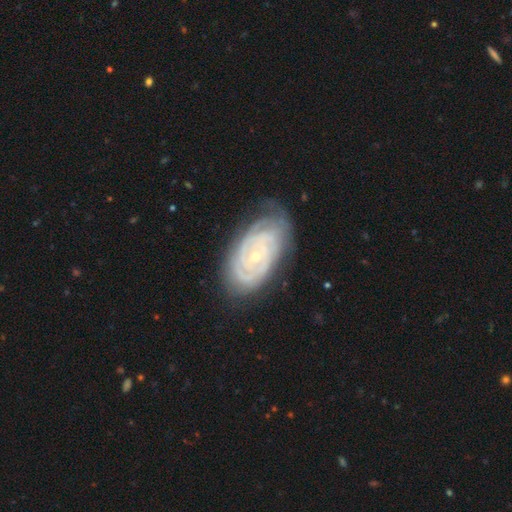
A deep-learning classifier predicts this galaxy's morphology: Smooth or featured? featured or disk (85%)
Edge-on disk? no (96%)
Bar? no (69%)
Spiral arms? yes (96%)
Spiral winding? tight (82%)
Spiral arm count? can't tell (32%)
Bulge size? small (78%)
Merging? none (68%)